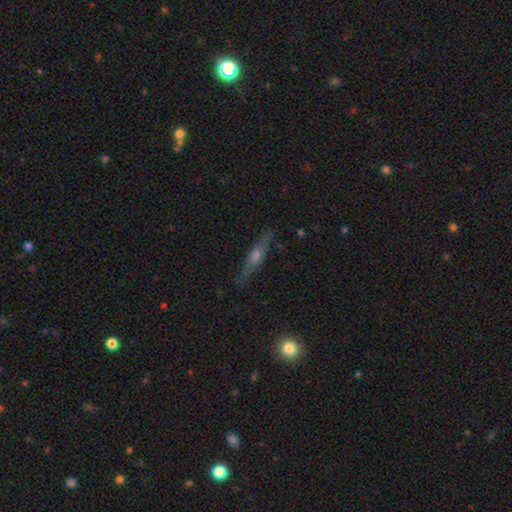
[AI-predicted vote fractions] smooth_or_featured: featured or disk (p=0.65) [alt: smooth p=0.27]
disk_edge_on: yes (p=0.93) [alt: no p=0.07]
edge_on_bulge: rounded (p=0.82) [alt: boxy p=0.09]
merging: none (p=0.84) [alt: minor disturbance p=0.12]